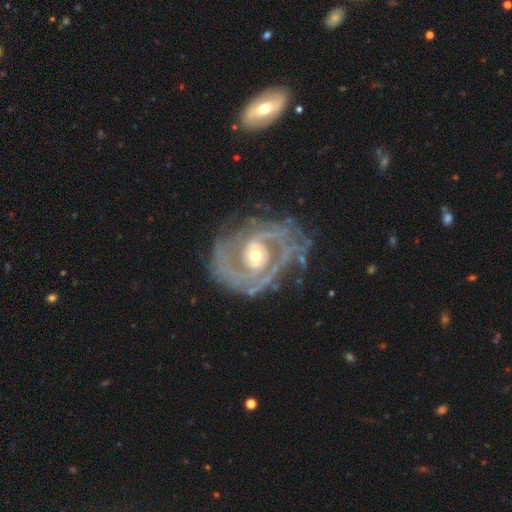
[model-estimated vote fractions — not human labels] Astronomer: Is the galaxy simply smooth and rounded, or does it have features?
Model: featured or disk — 90%.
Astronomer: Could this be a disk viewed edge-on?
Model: no — 97%.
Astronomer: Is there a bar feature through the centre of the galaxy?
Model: no — 62%.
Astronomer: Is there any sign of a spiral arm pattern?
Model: yes — 95%.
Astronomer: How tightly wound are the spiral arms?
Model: tight — 59%.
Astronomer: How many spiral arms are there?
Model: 2 — 47%.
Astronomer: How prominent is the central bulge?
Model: moderate — 57% (runner-up: small, 36%).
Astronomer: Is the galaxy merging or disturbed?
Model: none — 66%.